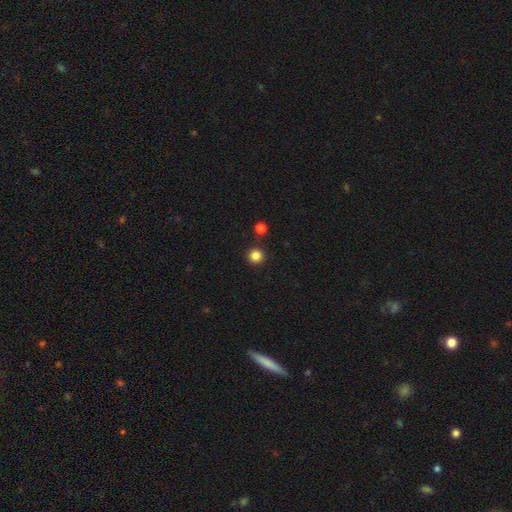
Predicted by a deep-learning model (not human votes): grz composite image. It shows a smooth galaxy with no disk features (85%) that is round (95%). Merging: none (88%).